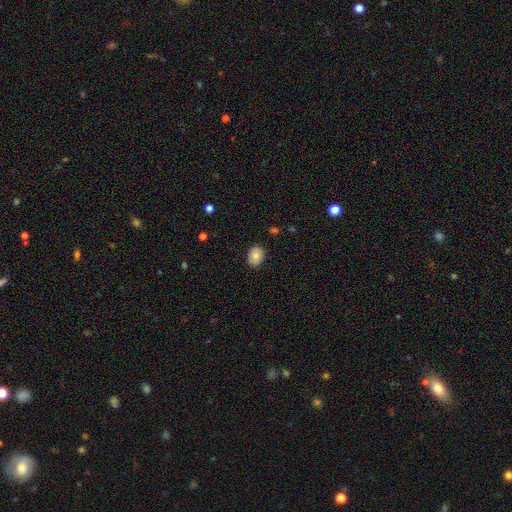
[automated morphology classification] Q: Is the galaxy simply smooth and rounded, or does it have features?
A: smooth — 77%.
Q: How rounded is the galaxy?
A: in between — 63%.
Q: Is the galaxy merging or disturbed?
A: none — 86%.